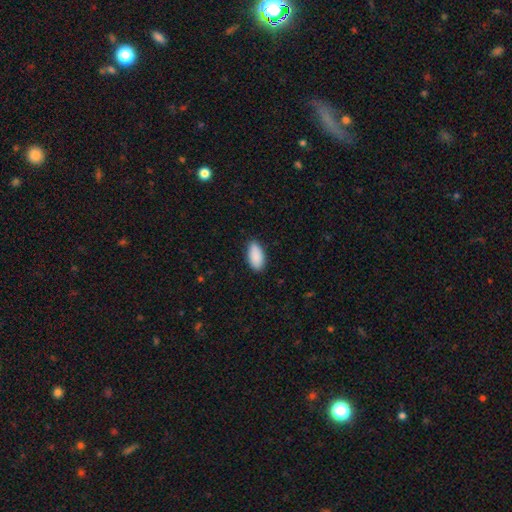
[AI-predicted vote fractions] This appears to be a smooth galaxy with no disk features (91%) that is in between round and cigar-shaped (93%). Merging: none (84%).